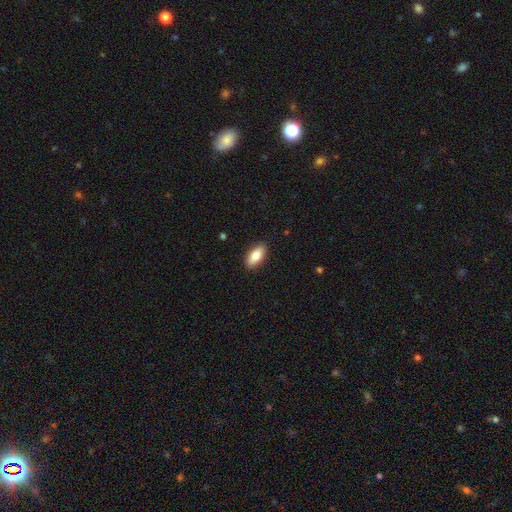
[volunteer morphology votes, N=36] smooth 83%, featured or disk 14%, star or artifact 3%. Down the decision tree: how rounded — in between (83%); merging — none (89%).